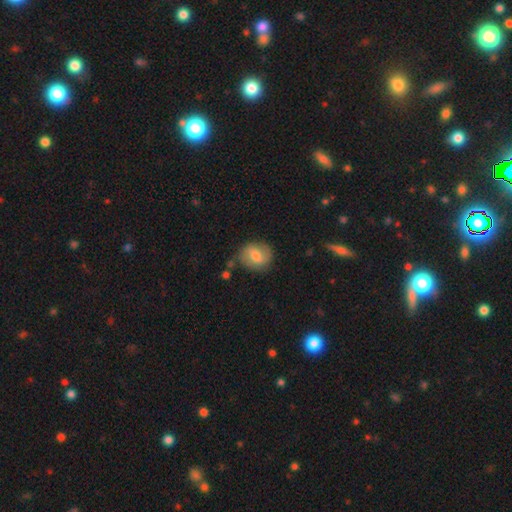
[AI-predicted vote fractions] smooth_or_featured: smooth (p=0.58) [alt: featured or disk p=0.35]
how_rounded: round (p=0.66) [alt: in between p=0.33]
merging: none (p=0.73) [alt: minor disturbance p=0.18]